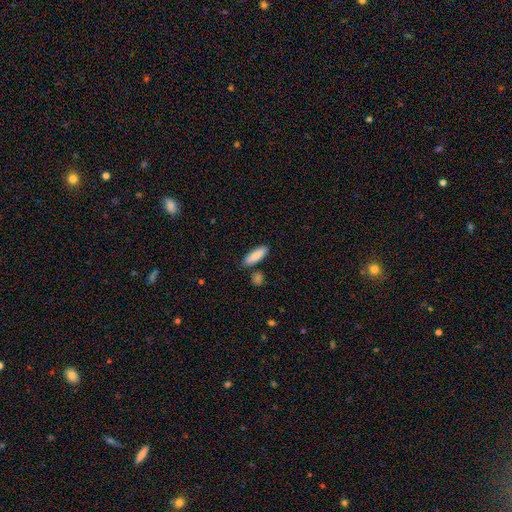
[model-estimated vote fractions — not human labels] Morphology: type=smooth (86%); roundness=in between (54%); merging=none (83%).